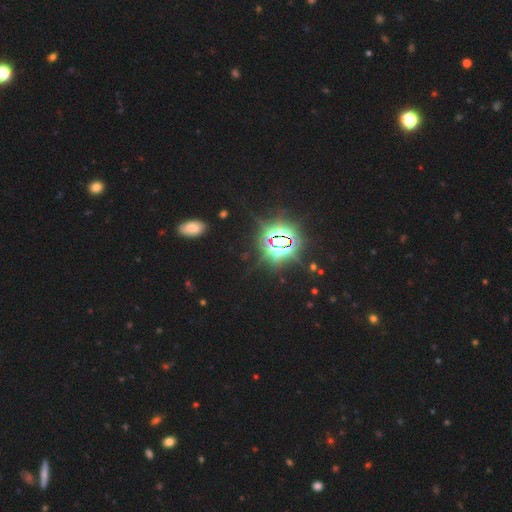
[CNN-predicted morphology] Q: Smooth or featured?
A: star or artifact (72%); runner-up: smooth (22%)